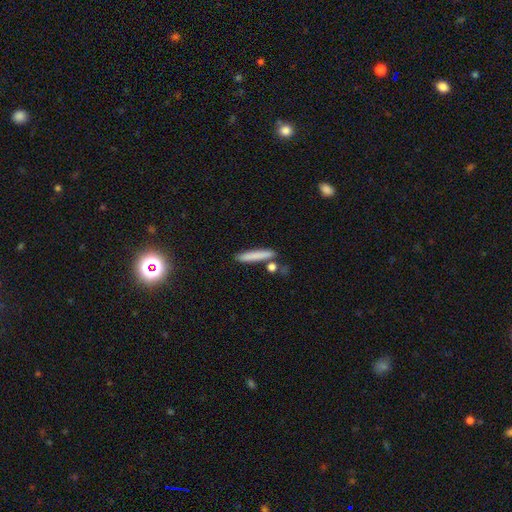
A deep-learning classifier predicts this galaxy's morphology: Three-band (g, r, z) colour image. It shows a smooth galaxy with no disk features (78%) that is cigar-shaped (91%). Merging: none (79%).